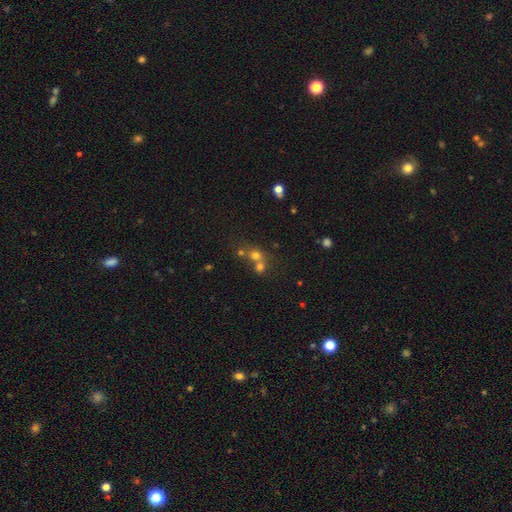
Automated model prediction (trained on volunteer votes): smooth 64%, star or artifact 22%, featured or disk 14%. Down the decision tree: how rounded — round (82%); merging — merger (52%).